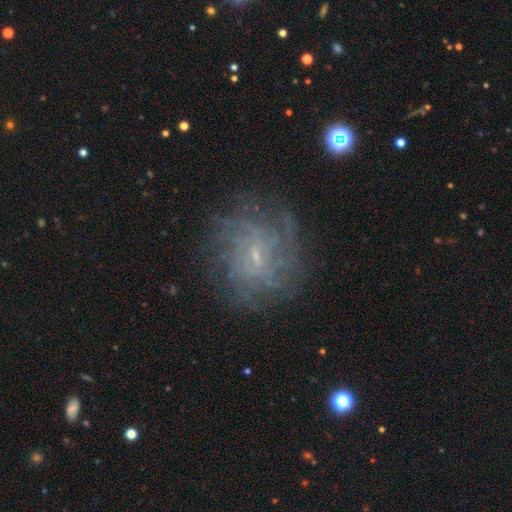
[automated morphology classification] smooth_or_featured: featured or disk (p=0.69) [alt: smooth p=0.17]
disk_edge_on: no (p=0.97) [alt: yes p=0.03]
bar: no (p=0.51) [alt: weak p=0.42]
has_spiral_arms: yes (p=0.83) [alt: no p=0.17]
spiral_winding: tight (p=0.54) [alt: medium p=0.31]
spiral_arm_count: can't tell (p=0.53) [alt: more than 4 p=0.15]
bulge_size: small (p=0.81) [alt: moderate p=0.10]
merging: none (p=0.77) [alt: minor disturbance p=0.14]